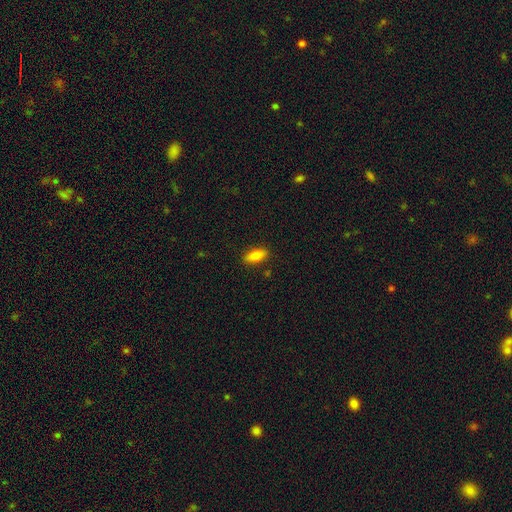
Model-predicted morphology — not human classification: This appears to be a smooth galaxy with no disk features (79%) that is in between round and cigar-shaped (79%). Merging: none (87%).